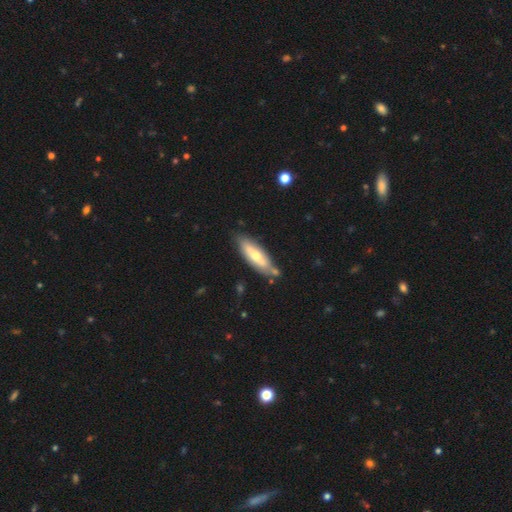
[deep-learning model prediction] A smooth galaxy with no disk features (55%) that is in between round and cigar-shaped (52%).

Vote fractions:
- Smooth or featured? smooth: 55% / featured or disk: 39% / star or artifact: 5%
- How rounded? in between: 52% / cigar-shaped: 47% / round: 2%
- Merging? none: 69% / minor disturbance: 18% / merger: 9% / major disturbance: 4%